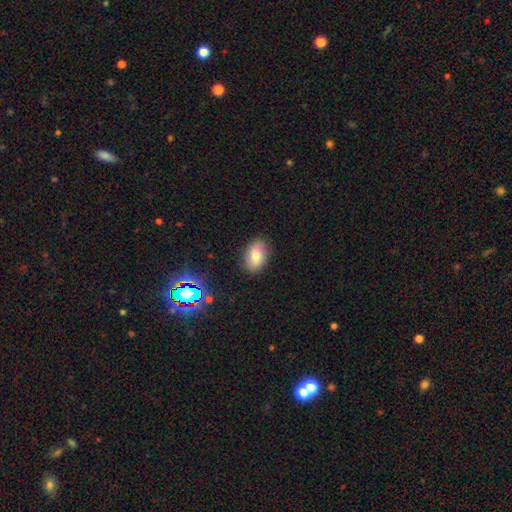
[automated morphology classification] The model was most divided on "smooth or featured": smooth: 79%, featured or disk: 11%, star or artifact: 10%. More confident: how rounded — in between (89%); merging — none (86%).